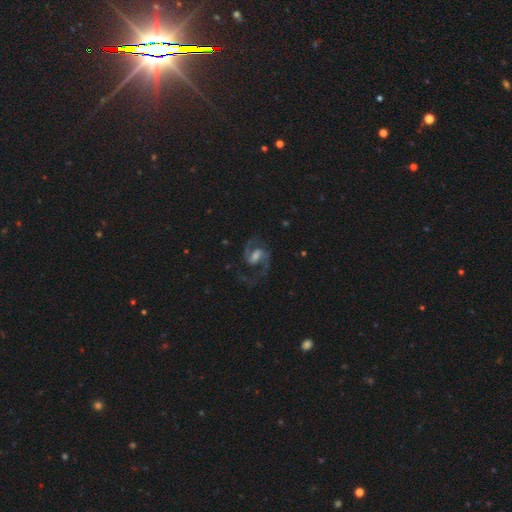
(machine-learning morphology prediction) A featured or disk galaxy (88%) with a weak bar (54%), 2 (93%) medium (60%) spiral arms (97%) and a moderate central bulge (43%).

Vote fractions:
- Smooth or featured? featured or disk: 88% / smooth: 6% / star or artifact: 6%
- Edge-on disk? no: 98% / yes: 2%
- Bar? weak: 54% / strong: 27% / no: 19%
- Spiral arms? yes: 97% / no: 3%
- Spiral winding? medium: 60% / loose: 30% / tight: 10%
- Spiral arm count? 2: 93% / can't tell: 2% / 1: 2% / 3: 1% / 4: 1% / more than 4: 1%
- Bulge size? moderate: 43% / small: 29% / large: 14% / none: 12% / dominant: 2%
- Merging? none: 71% / major disturbance: 14% / minor disturbance: 14% / merger: 2%